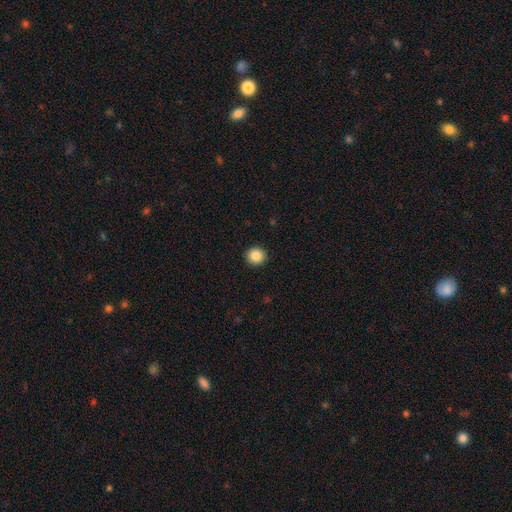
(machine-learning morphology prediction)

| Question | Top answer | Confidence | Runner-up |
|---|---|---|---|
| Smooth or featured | smooth | 87% | star or artifact (9%) |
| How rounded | round | 91% | in between (8%) |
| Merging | none | 92% | minor disturbance (5%) |